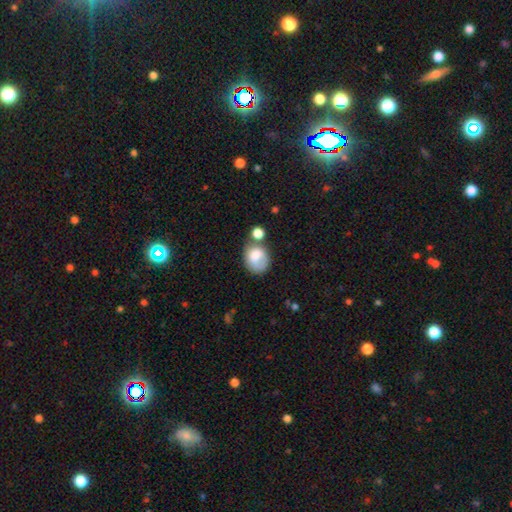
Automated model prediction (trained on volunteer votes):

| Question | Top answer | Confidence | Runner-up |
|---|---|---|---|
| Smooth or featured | smooth | 73% | featured or disk (19%) |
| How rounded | in between | 53% | round (46%) |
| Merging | none | 39% | merger (24%) |